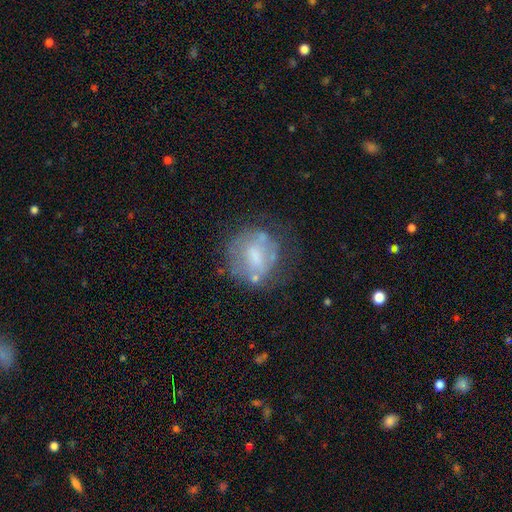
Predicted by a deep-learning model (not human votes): A featured or disk galaxy (48%). Merging: none (53%).